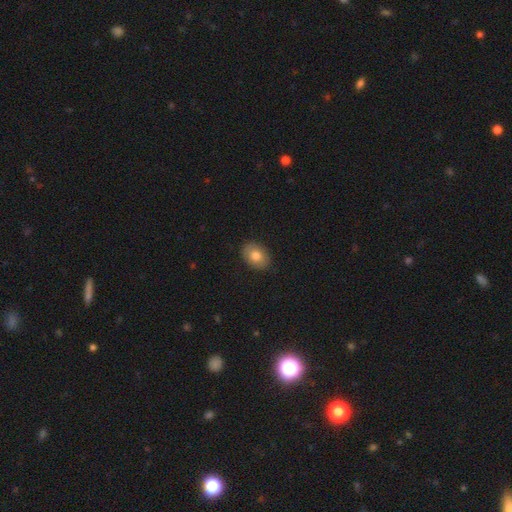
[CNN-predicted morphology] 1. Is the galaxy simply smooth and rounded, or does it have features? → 78% smooth, 14% featured or disk, 7% star or artifact.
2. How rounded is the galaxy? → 75% in between, 24% round, 1% cigar-shaped.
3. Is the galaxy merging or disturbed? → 87% none, 10% minor disturbance, 2% major disturbance, 1% merger.